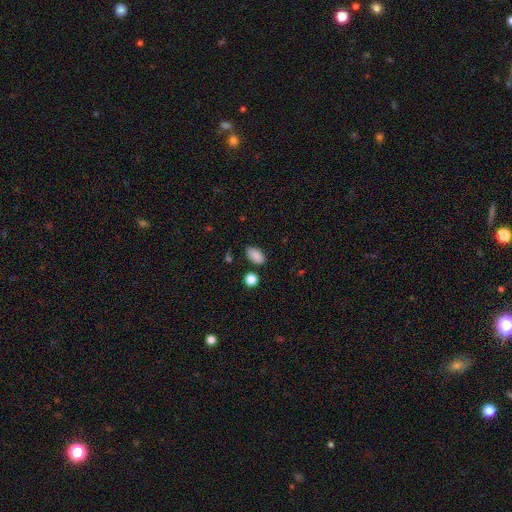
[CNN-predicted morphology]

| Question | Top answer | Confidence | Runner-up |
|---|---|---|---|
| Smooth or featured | smooth | 87% | star or artifact (9%) |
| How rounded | in between | 91% | round (6%) |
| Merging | none | 77% | minor disturbance (15%) |